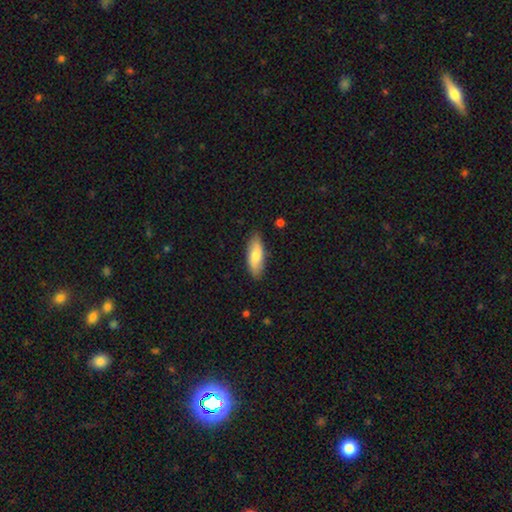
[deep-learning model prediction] Smooth or featured?
  - smooth: 75% *
  - featured or disk: 20%
  - star or artifact: 6%
How rounded?
  - in between: 68% *
  - cigar-shaped: 29%
  - round: 2%
Merging?
  - none: 84% *
  - minor disturbance: 12%
  - major disturbance: 2%
  - merger: 1%